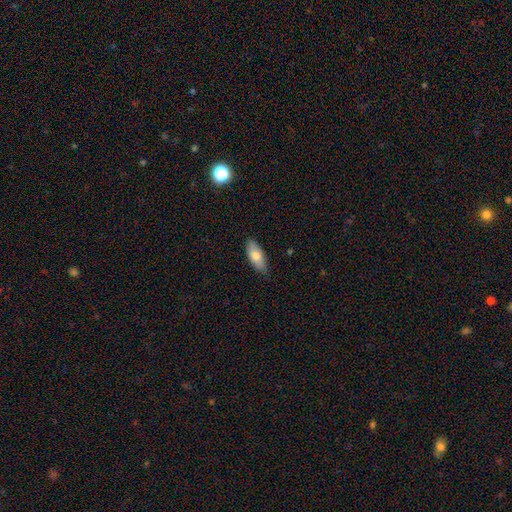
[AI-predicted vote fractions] The model was most divided on "smooth or featured": smooth: 75%, featured or disk: 19%, star or artifact: 6%. More confident: how rounded — in between (85%); merging — none (80%).